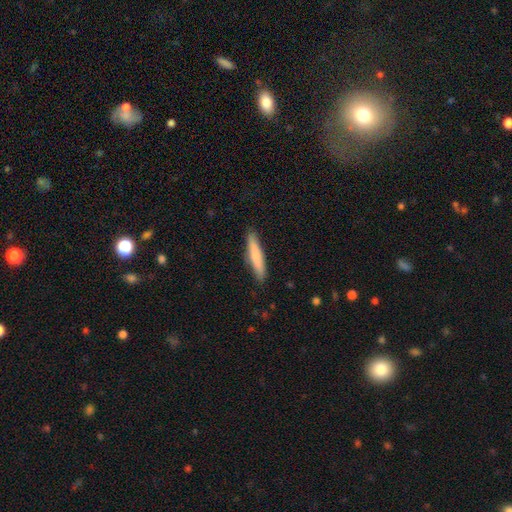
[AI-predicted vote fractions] Morphology: type=smooth (73%); roundness=cigar-shaped (90%); merging=none (88%).